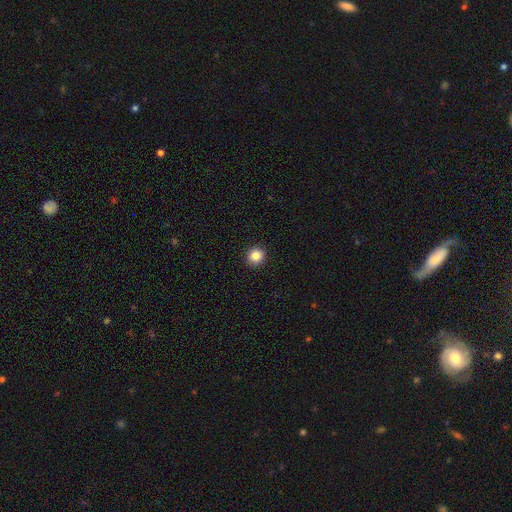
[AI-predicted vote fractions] This appears to be a smooth galaxy with no disk features (85%) that is round (89%). Merging: none (92%).